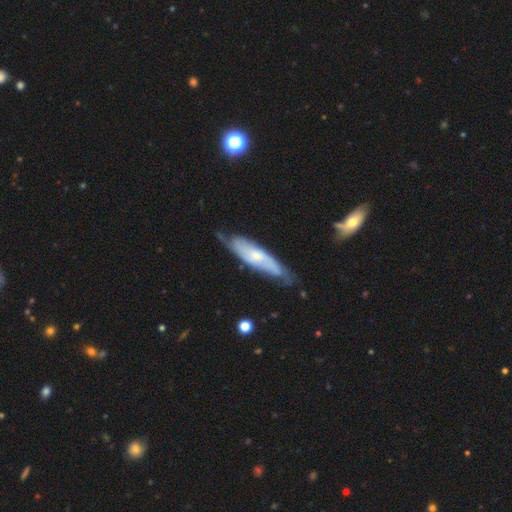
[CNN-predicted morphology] A featured or disk galaxy (62%). Merging: none (66%).